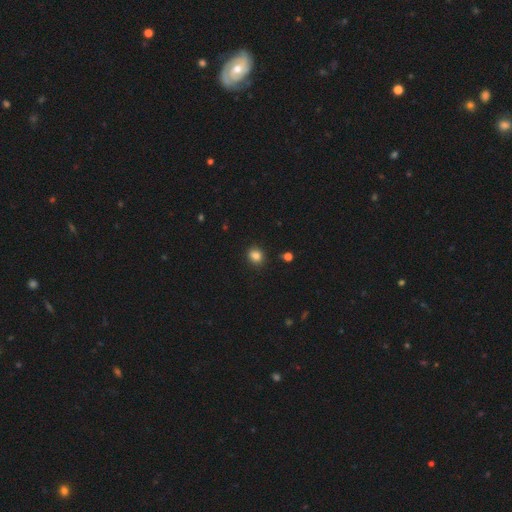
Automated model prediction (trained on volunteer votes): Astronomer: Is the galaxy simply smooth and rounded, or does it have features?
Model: smooth — 85%.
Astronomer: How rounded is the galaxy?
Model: round — 67%.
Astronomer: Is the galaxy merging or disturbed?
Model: none — 87%.